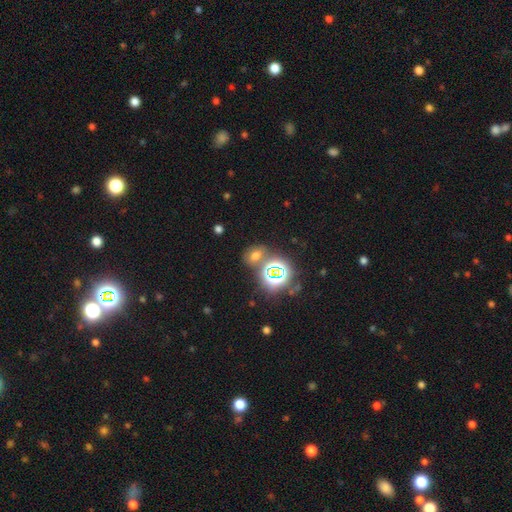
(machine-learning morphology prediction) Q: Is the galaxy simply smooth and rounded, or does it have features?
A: smooth — 51%.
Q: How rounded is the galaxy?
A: in between — 59%.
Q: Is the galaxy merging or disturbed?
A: none — 65%.